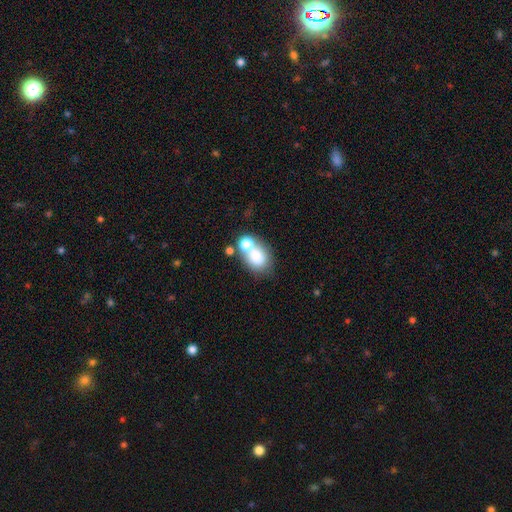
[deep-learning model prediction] smooth 76%, featured or disk 13%, star or artifact 11%. Down the decision tree: how rounded — in between (60%); merging — merger (43%).